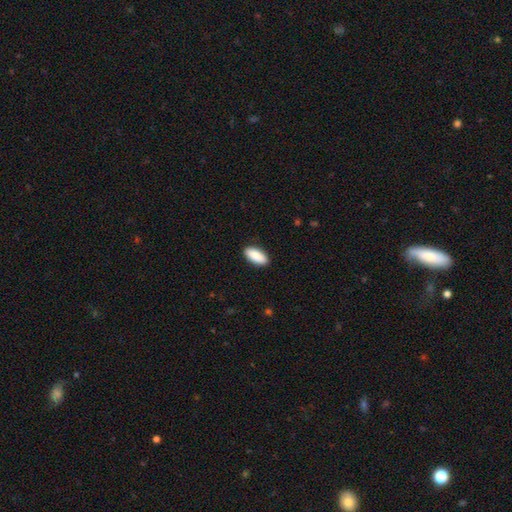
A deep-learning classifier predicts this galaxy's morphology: This is clearly a smooth galaxy (90%). How rounded: clearly in between (88%). Merging: clearly none (90%).